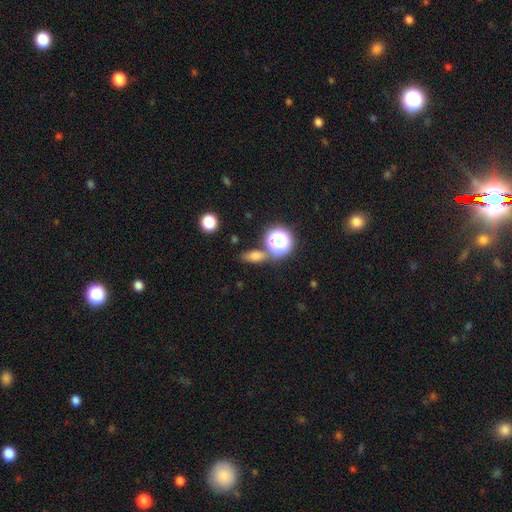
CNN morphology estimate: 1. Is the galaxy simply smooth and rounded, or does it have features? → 66% smooth, 20% star or artifact, 14% featured or disk.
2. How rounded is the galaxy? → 60% in between, 26% round, 14% cigar-shaped.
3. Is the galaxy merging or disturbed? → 73% none, 12% minor disturbance, 11% merger, 4% major disturbance.